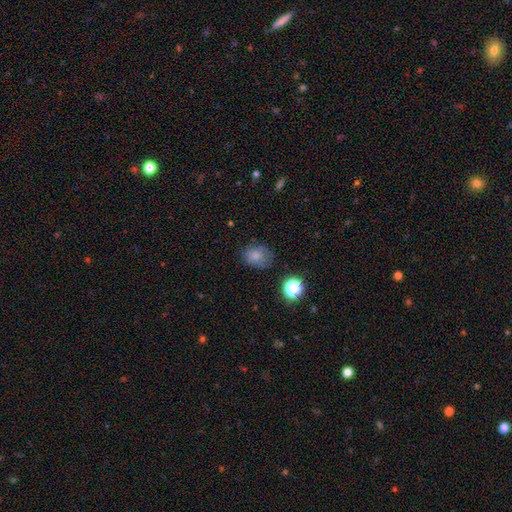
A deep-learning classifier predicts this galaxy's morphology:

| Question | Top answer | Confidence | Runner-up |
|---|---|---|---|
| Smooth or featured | smooth | 75% | star or artifact (13%) |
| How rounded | round | 54% | in between (46%) |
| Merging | none | 65% | minor disturbance (24%) |